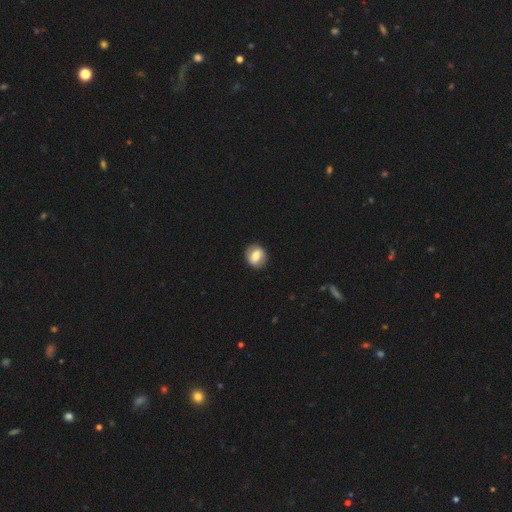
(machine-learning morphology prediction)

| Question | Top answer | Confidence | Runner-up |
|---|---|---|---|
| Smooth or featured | smooth | 59% | featured or disk (33%) |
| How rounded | round | 70% | in between (29%) |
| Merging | none | 87% | minor disturbance (9%) |